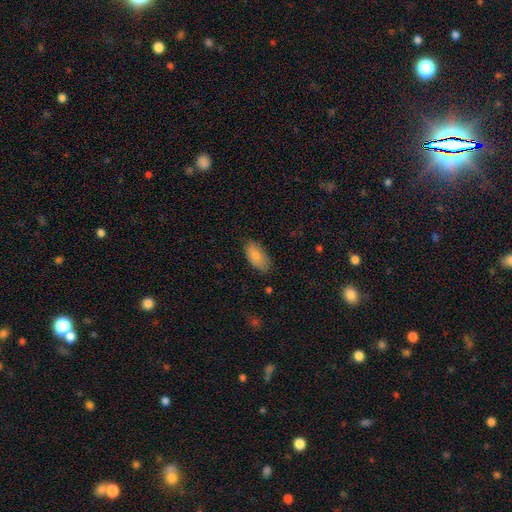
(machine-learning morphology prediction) This is clearly a smooth galaxy (83%). How rounded: clearly in between (93%). Merging: likely none (76%).